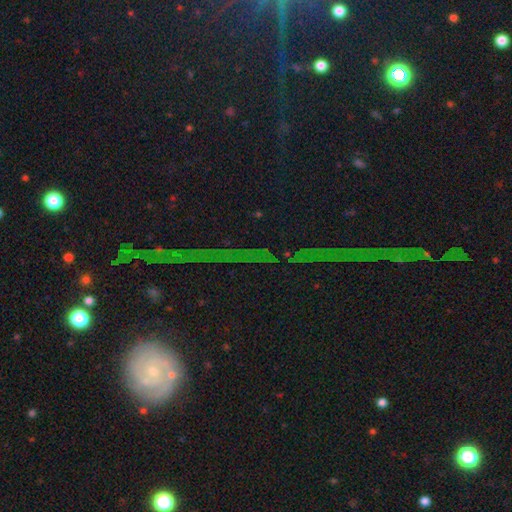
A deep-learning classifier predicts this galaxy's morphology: smooth-or-featured: star or artifact: 67% | featured or disk: 22% | smooth: 11%